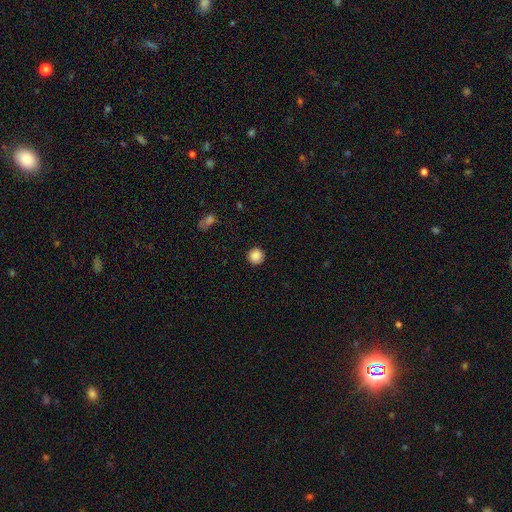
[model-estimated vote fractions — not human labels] This appears to be a smooth galaxy with no disk features (88%) that is round (96%). Merging: none (92%).